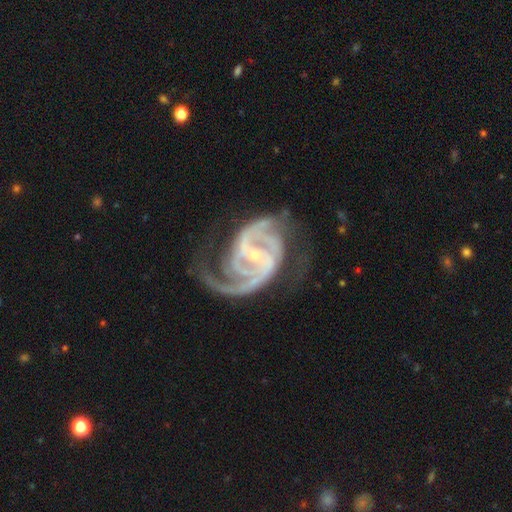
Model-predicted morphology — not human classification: A featured or disk galaxy (94%) with a weak bar (41%), 2 (58%) medium (56%) spiral arms (99%) and a small central bulge (77%).

Vote fractions:
- Smooth or featured? featured or disk: 94% / star or artifact: 4% / smooth: 2%
- Edge-on disk? no: 98% / yes: 2%
- Bar? weak: 41% / strong: 35% / no: 24%
- Spiral arms? yes: 99% / no: 1%
- Spiral winding? medium: 56% / tight: 31% / loose: 13%
- Spiral arm count? 2: 58% / 3: 21% / can't tell: 6% / 4: 5% / 1: 4% / more than 4: 4%
- Bulge size? small: 77% / moderate: 19% / none: 2% / large: 1% / dominant: 1%
- Merging? none: 60% / minor disturbance: 20% / major disturbance: 18% / merger: 2%